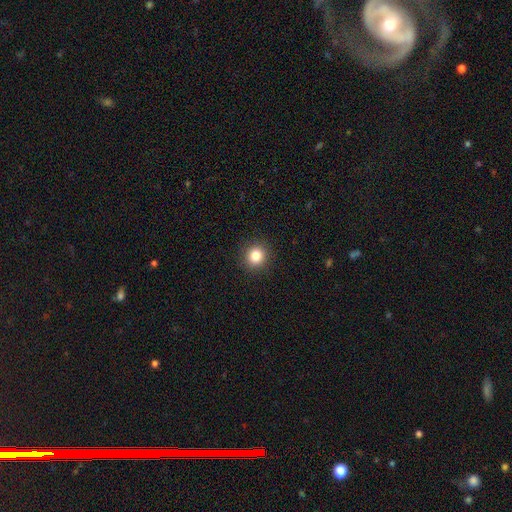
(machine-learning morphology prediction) A smooth galaxy with no disk features (84%) that is round (90%).

Vote fractions:
- Smooth or featured? smooth: 84% / star or artifact: 11% / featured or disk: 5%
- How rounded? round: 90% / in between: 9% / cigar-shaped: 1%
- Merging? none: 91% / minor disturbance: 6% / major disturbance: 2% / merger: 1%